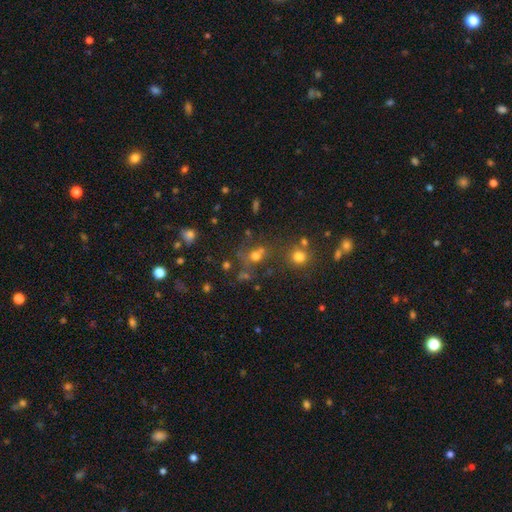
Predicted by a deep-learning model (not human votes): smooth-or-featured: smooth: 62% | star or artifact: 25% | featured or disk: 13%
  how-rounded: round: 78% | in between: 21% | cigar-shaped: 1%
  merging: none: 52% | merger: 29% | minor disturbance: 11% | major disturbance: 8%